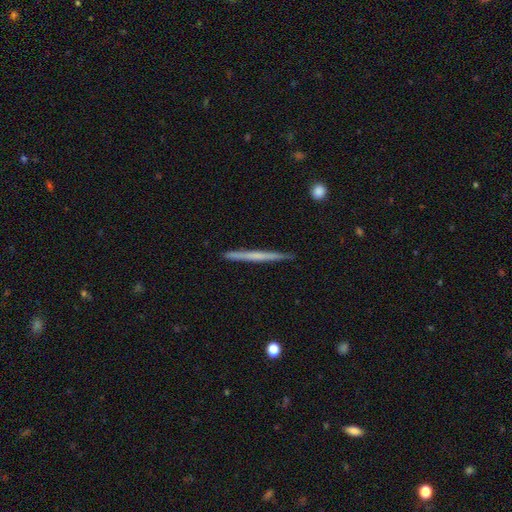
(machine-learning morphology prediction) smooth_or_featured: featured or disk (p=0.50) [alt: smooth p=0.44]
disk_edge_on: yes (p=0.98) [alt: no p=0.02]
merging: none (p=0.91) [alt: minor disturbance p=0.06]